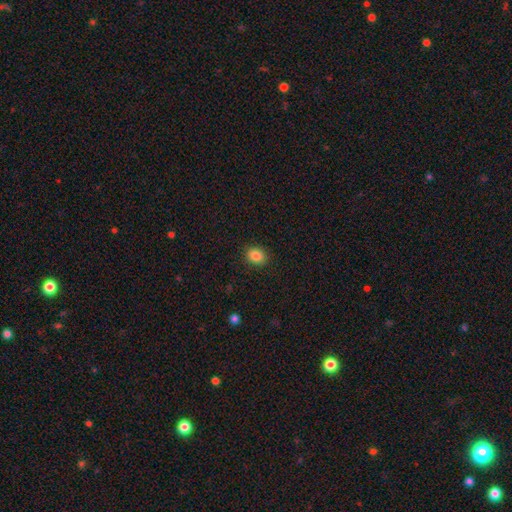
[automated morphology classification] type=smooth (86%); roundness=in between (52%); merging=none (89%).